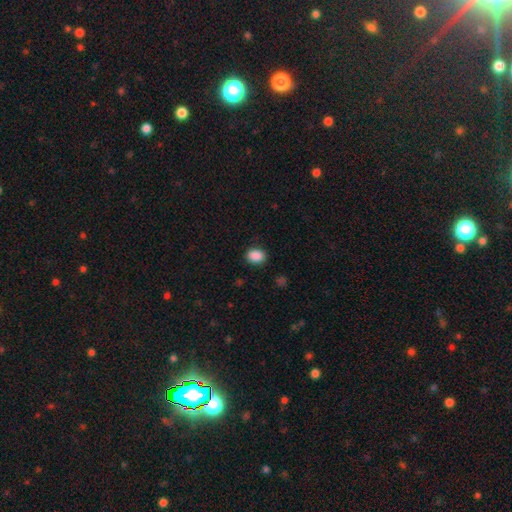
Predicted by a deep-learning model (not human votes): smooth 89%, star or artifact 9%, featured or disk 3%. Down the decision tree: how rounded — in between (60%); merging — none (88%).